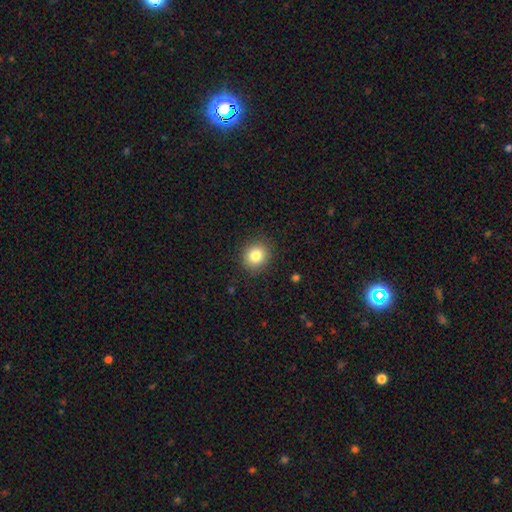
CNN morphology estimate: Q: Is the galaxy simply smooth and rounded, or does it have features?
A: smooth — 82%.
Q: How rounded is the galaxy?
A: round — 80%.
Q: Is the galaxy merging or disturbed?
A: none — 89%.